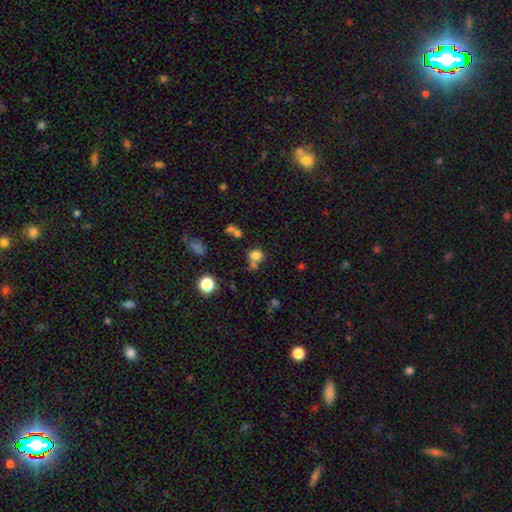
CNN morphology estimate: Smooth or featured? Predicted: smooth (p=0.76). How rounded? Predicted: round (p=0.67). Merging? Predicted: none (p=0.49).